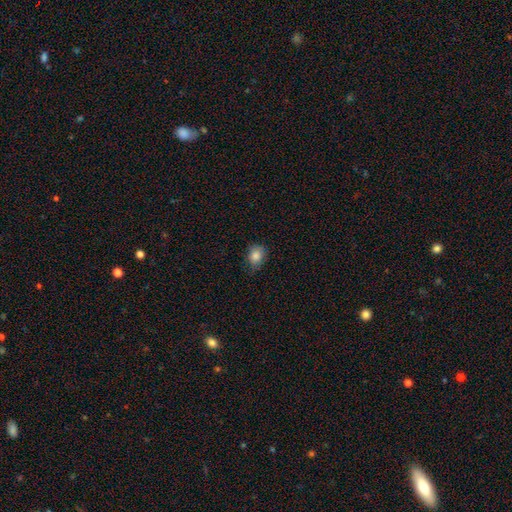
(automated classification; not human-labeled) Morphology: type=smooth (85%); roundness=in between (50%); merging=none (71%).